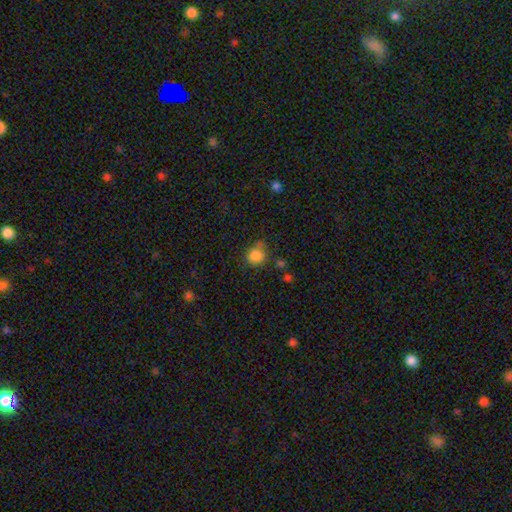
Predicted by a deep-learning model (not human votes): A smooth galaxy with no disk features (83%) that is round (82%).

Vote fractions:
- Smooth or featured? smooth: 83% / star or artifact: 11% / featured or disk: 6%
- How rounded? round: 82% / in between: 17% / cigar-shaped: 1%
- Merging? none: 62% / minor disturbance: 23% / merger: 8% / major disturbance: 7%